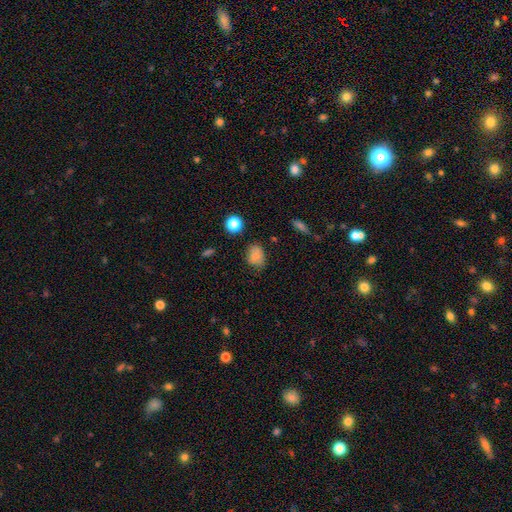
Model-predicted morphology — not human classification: smooth_or_featured: smooth (p=0.78) [alt: star or artifact p=0.11]
how_rounded: in between (p=0.59) [alt: round p=0.40]
merging: none (p=0.71) [alt: minor disturbance p=0.22]